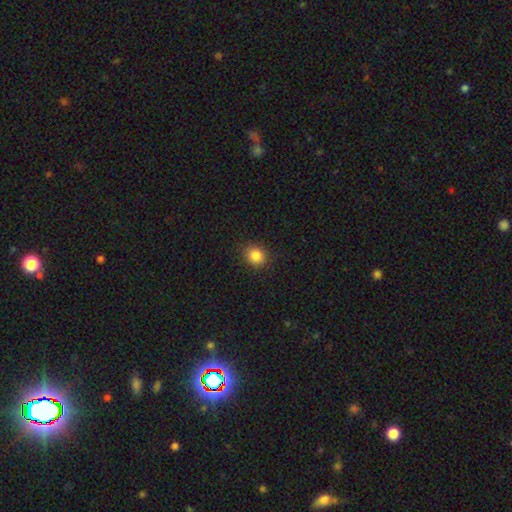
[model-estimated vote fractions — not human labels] Smooth or featured? smooth (86%)
How rounded? round (77%)
Merging? none (89%)